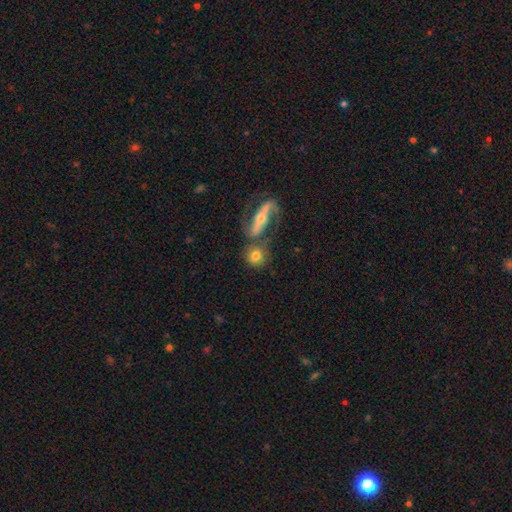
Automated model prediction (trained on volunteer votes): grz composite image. It shows a smooth galaxy with no disk features (59%) that is round (73%). Merging: none (56%).